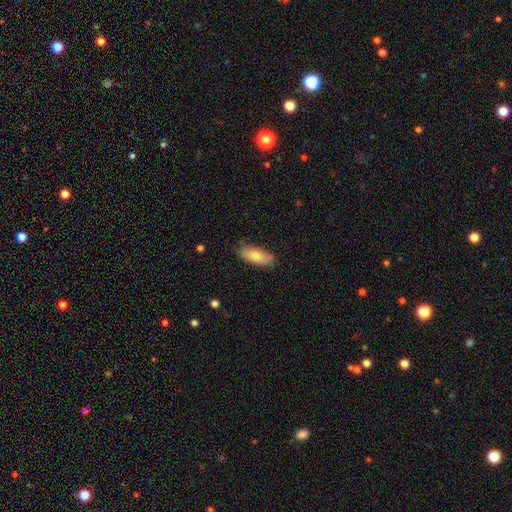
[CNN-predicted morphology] type=smooth (79%); roundness=in between (77%); merging=none (79%).